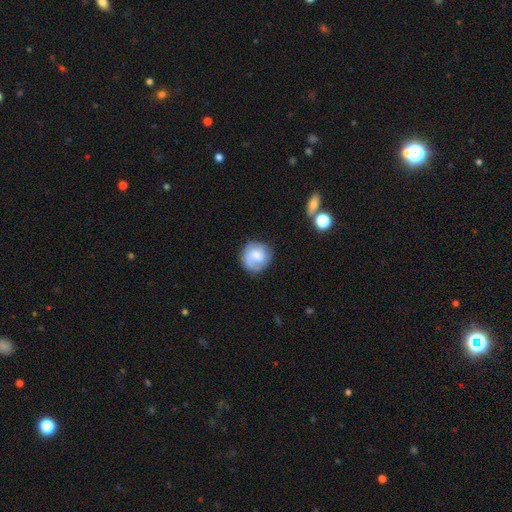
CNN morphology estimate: A smooth galaxy with no disk features (49%). Merging: none (69%).